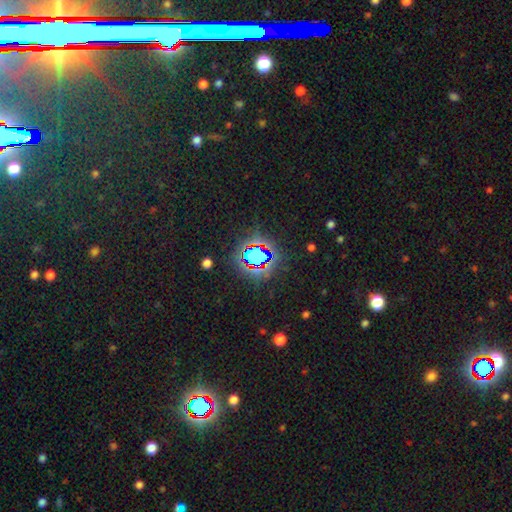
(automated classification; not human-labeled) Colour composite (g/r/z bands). It shows a star or artifact, not a galaxy (71%).